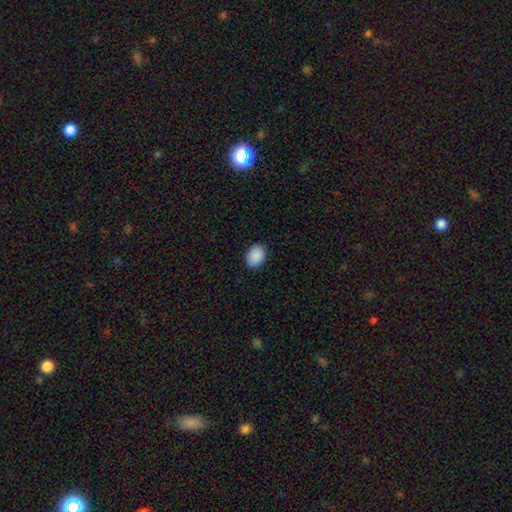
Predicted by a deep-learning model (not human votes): Q: Smooth or featured?
A: smooth (91%); runner-up: star or artifact (7%)
Q: How rounded?
A: in between (68%); runner-up: round (31%)
Q: Merging?
A: none (89%); runner-up: minor disturbance (8%)